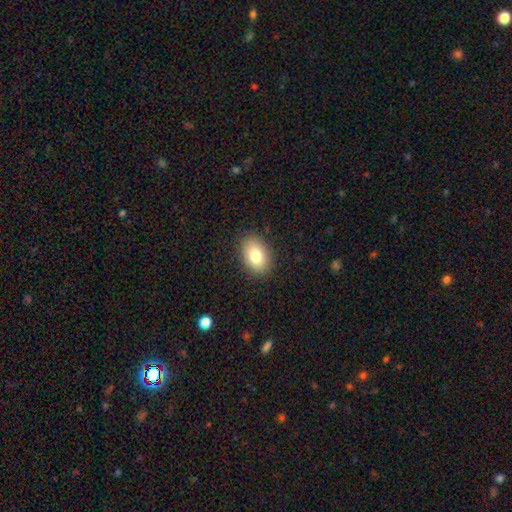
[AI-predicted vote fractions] smooth 79%, featured or disk 12%, star or artifact 9%. Down the decision tree: how rounded — in between (80%); merging — none (88%).